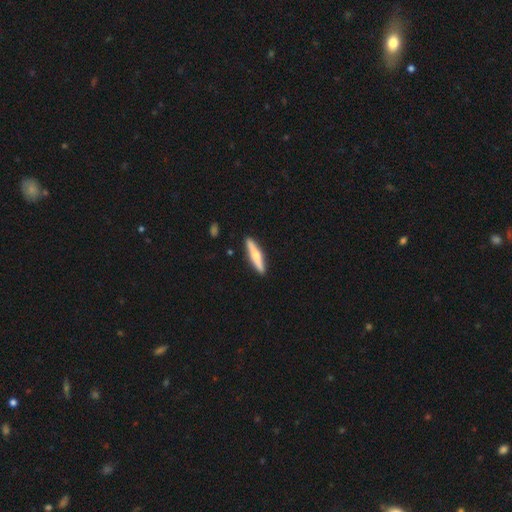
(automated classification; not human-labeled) This appears to be a smooth galaxy with no disk features (49%). Merging: none (90%).